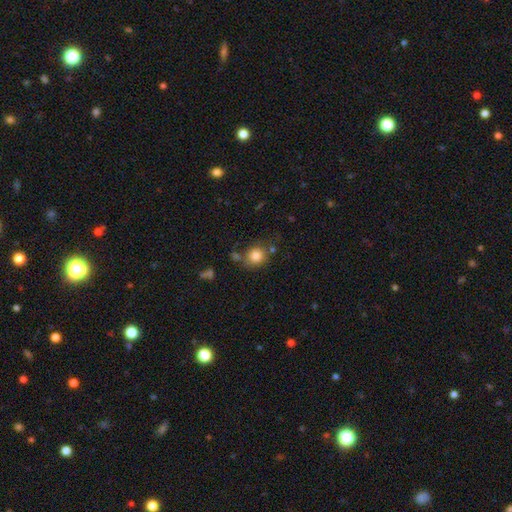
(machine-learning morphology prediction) smooth-or-featured: smooth: 83% | star or artifact: 10% | featured or disk: 6%
  how-rounded: round: 81% | in between: 18% | cigar-shaped: 1%
  merging: none: 69% | minor disturbance: 15% | merger: 11% | major disturbance: 6%